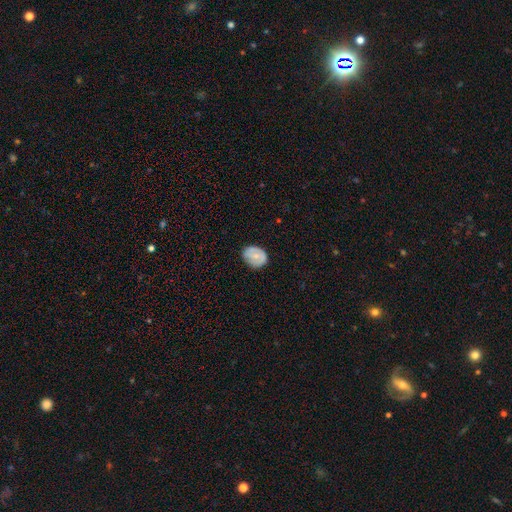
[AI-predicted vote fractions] Q: Smooth or featured?
A: smooth (62%); runner-up: featured or disk (31%)
Q: How rounded?
A: round (55%); runner-up: in between (44%)
Q: Merging?
A: none (76%); runner-up: minor disturbance (19%)